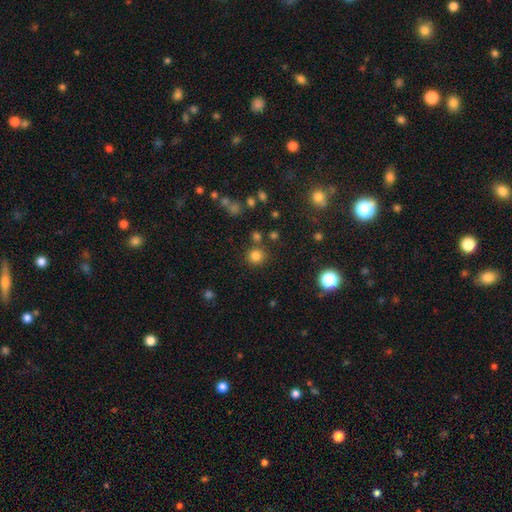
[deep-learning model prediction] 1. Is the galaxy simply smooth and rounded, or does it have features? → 80% smooth, 15% star or artifact, 5% featured or disk.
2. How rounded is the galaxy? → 91% round, 8% in between, 1% cigar-shaped.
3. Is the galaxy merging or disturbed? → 81% none, 8% minor disturbance, 8% merger, 3% major disturbance.